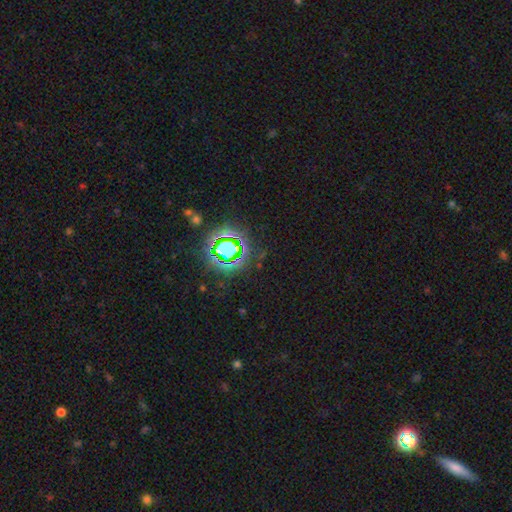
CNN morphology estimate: star or artifact 80%, smooth 13%, featured or disk 7%.